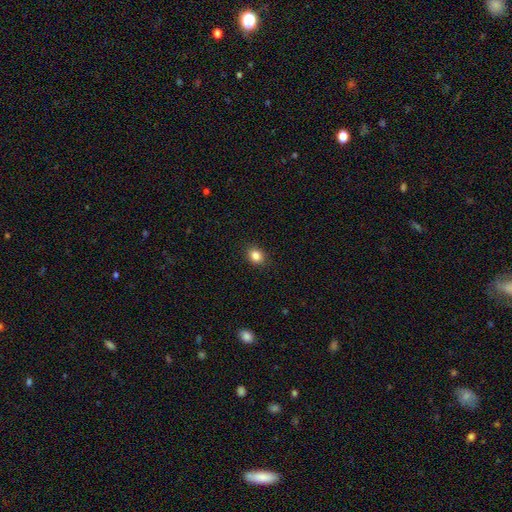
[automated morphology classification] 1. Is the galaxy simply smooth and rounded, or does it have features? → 85% smooth, 11% star or artifact, 5% featured or disk.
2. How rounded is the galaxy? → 59% round, 40% in between, 1% cigar-shaped.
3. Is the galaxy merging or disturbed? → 89% none, 8% minor disturbance, 2% major disturbance, 1% merger.